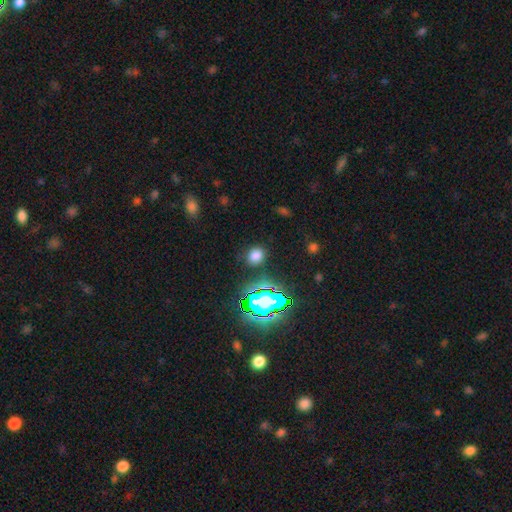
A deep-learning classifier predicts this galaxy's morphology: smooth-or-featured: smooth: 70% | star or artifact: 23% | featured or disk: 6%
  how-rounded: round: 67% | in between: 32% | cigar-shaped: 1%
  merging: none: 85% | minor disturbance: 9% | major disturbance: 4% | merger: 2%